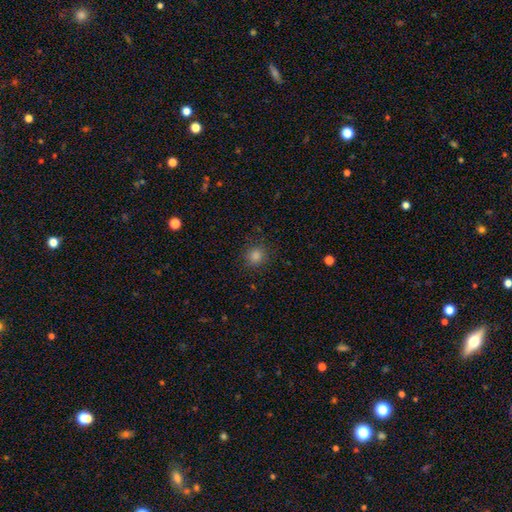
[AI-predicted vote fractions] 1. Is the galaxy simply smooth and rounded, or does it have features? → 78% smooth, 17% star or artifact, 4% featured or disk.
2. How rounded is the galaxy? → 92% round, 7% in between, 1% cigar-shaped.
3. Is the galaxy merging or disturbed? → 89% none, 7% minor disturbance, 3% major disturbance, 1% merger.